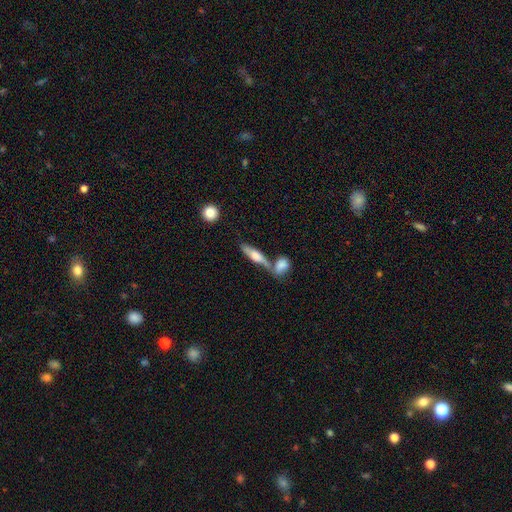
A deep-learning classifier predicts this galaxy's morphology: A smooth galaxy with no disk features (50%).

Vote fractions:
- Smooth or featured? smooth: 50% / featured or disk: 43% / star or artifact: 7%
- Merging? none: 50% / merger: 32% / minor disturbance: 12% / major disturbance: 5%